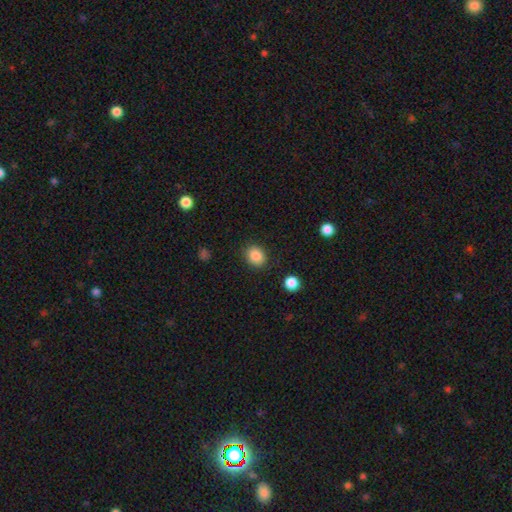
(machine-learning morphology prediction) The model was most divided on "how rounded": round: 54%, in between: 46%, cigar-shaped: 1%. More confident: smooth or featured — smooth (87%); merging — none (87%).